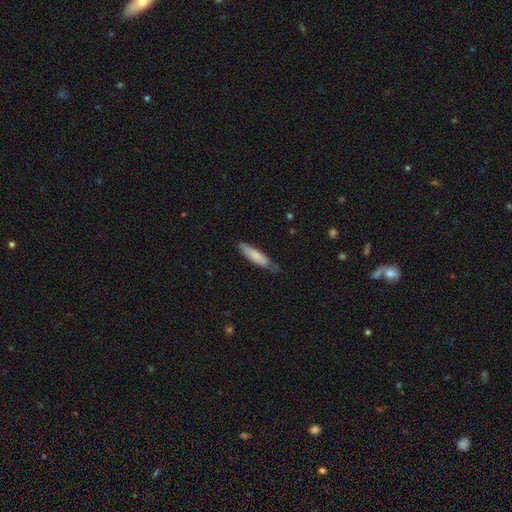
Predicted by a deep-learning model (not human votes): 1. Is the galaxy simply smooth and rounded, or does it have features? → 79% smooth, 15% featured or disk, 5% star or artifact.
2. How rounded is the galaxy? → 71% cigar-shaped, 27% in between, 1% round.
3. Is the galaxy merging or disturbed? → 65% none, 29% minor disturbance, 5% major disturbance, 2% merger.